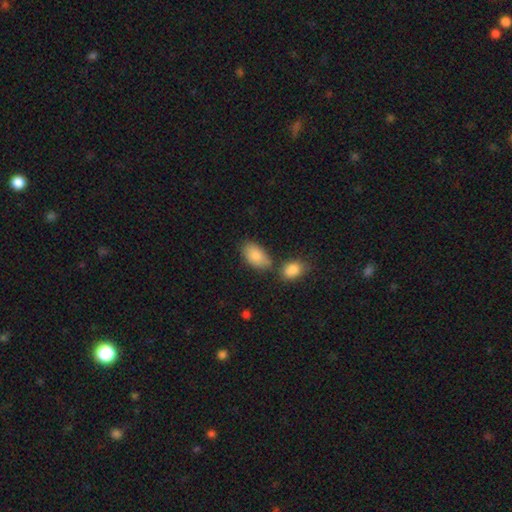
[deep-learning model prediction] smooth_or_featured: smooth (p=0.85) [alt: featured or disk p=0.08]
how_rounded: in between (p=0.93) [alt: round p=0.05]
merging: none (p=0.61) [alt: merger p=0.18]